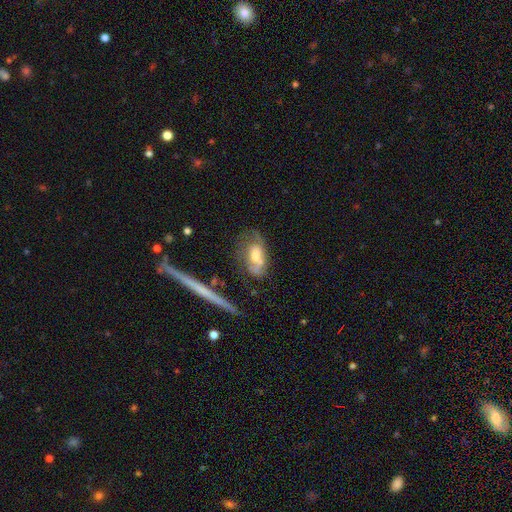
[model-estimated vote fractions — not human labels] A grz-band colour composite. It shows a featured or disk galaxy (46%, tied with smooth). Merging: none (40%).